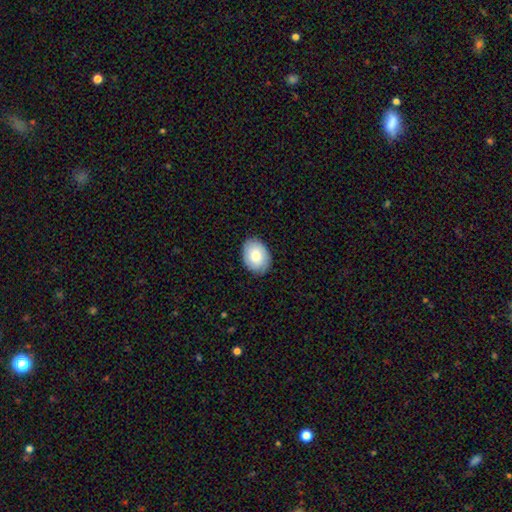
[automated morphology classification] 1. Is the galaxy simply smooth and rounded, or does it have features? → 79% smooth, 15% featured or disk, 6% star or artifact.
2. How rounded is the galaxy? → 75% in between, 24% round, 1% cigar-shaped.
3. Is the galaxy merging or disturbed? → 86% none, 11% minor disturbance, 2% major disturbance, 1% merger.